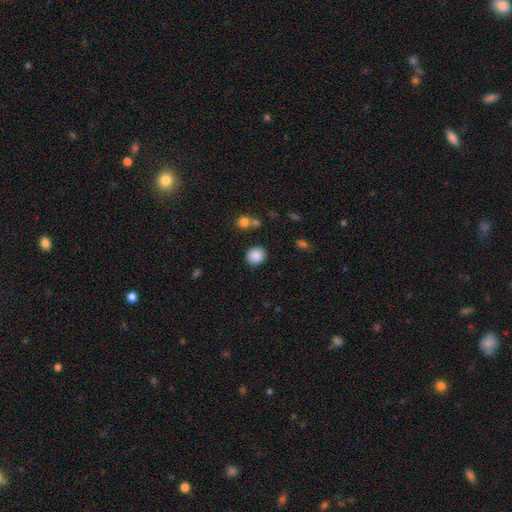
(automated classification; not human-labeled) smooth 87%, star or artifact 9%, featured or disk 4%. Down the decision tree: how rounded — round (83%); merging — none (84%).